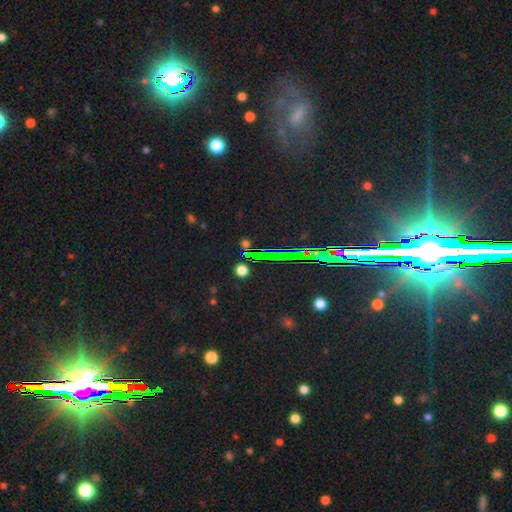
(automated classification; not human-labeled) Smooth or featured?
  - smooth: 47% *
  - star or artifact: 46%
  - featured or disk: 7%
Merging?
  - none: 87% *
  - minor disturbance: 7%
  - merger: 3%
  - major disturbance: 3%